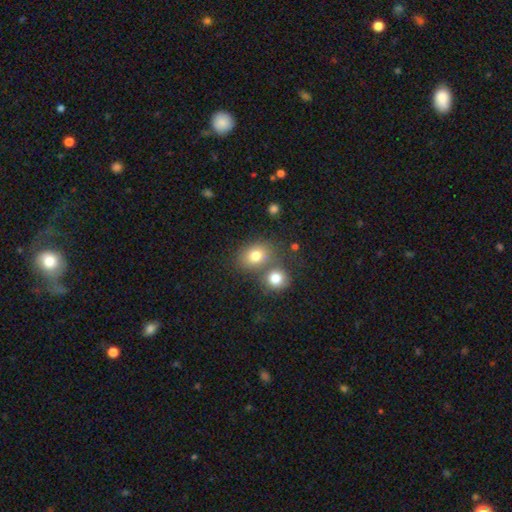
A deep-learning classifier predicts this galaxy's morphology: A smooth galaxy with no disk features (78%) that is round (50%). Merging: none (55%).